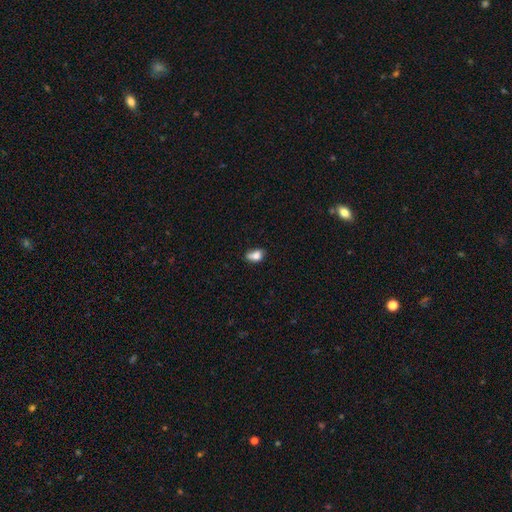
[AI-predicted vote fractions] A smooth galaxy with no disk features (79%) that is in between round and cigar-shaped (83%).

Vote fractions:
- Smooth or featured? smooth: 79% / featured or disk: 11% / star or artifact: 10%
- How rounded? in between: 83% / round: 14% / cigar-shaped: 3%
- Merging? none: 46% / minor disturbance: 36% / major disturbance: 10% / merger: 8%